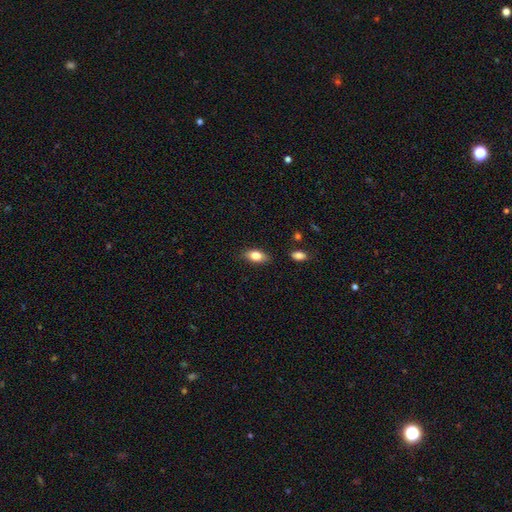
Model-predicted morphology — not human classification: Overall: smooth (78%). How rounded: in between (85%). Merging: none (83%).